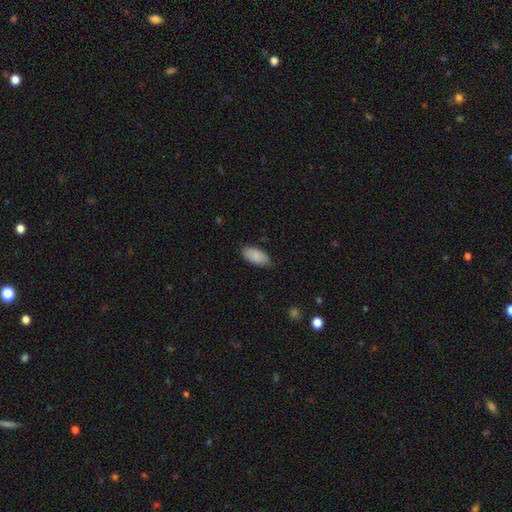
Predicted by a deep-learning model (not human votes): A smooth galaxy with no disk features (87%) that is in between round and cigar-shaped (93%).

Vote fractions:
- Smooth or featured? smooth: 87% / featured or disk: 7% / star or artifact: 6%
- How rounded? in between: 93% / cigar-shaped: 5% / round: 2%
- Merging? none: 77% / minor disturbance: 19% / major disturbance: 3% / merger: 1%